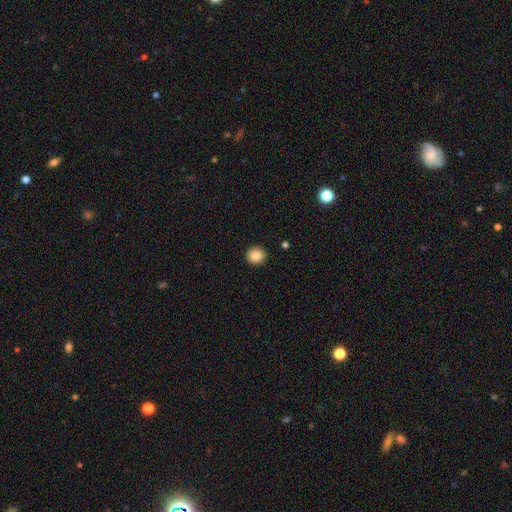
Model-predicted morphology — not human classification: A smooth galaxy with no disk features (88%) that is round (91%).

Vote fractions:
- Smooth or featured? smooth: 88% / star or artifact: 9% / featured or disk: 3%
- How rounded? round: 91% / in between: 8% / cigar-shaped: 1%
- Merging? none: 93% / minor disturbance: 5% / major disturbance: 2% / merger: 1%